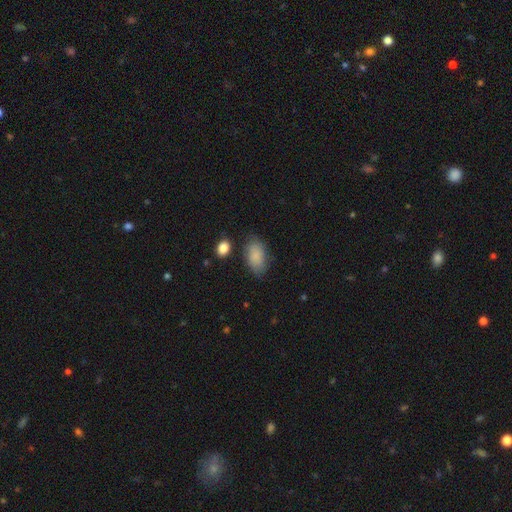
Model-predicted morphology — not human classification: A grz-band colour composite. It shows a smooth galaxy with no disk features (85%) that is in between round and cigar-shaped (92%). Merging: none (72%).